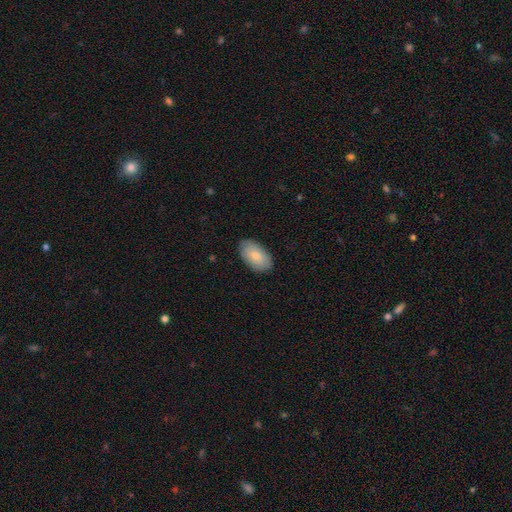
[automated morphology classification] smooth 77%, featured or disk 17%, star or artifact 6%. Down the decision tree: how rounded — in between (95%); merging — none (84%).